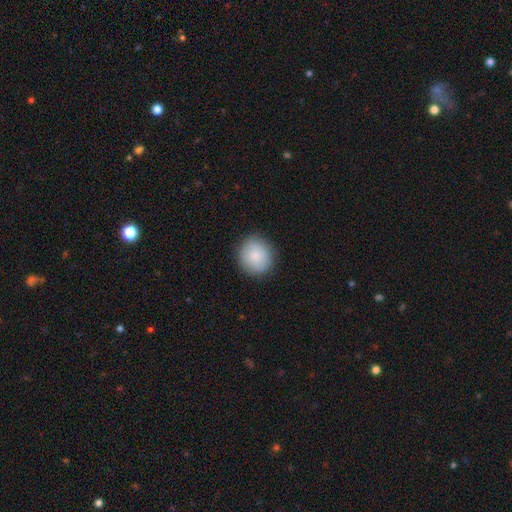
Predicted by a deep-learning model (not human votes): Smooth or featured: smooth — 86% (featured or disk — 7%)
How rounded: round — 90% (in between — 9%)
Merging: none — 89% (minor disturbance — 8%)